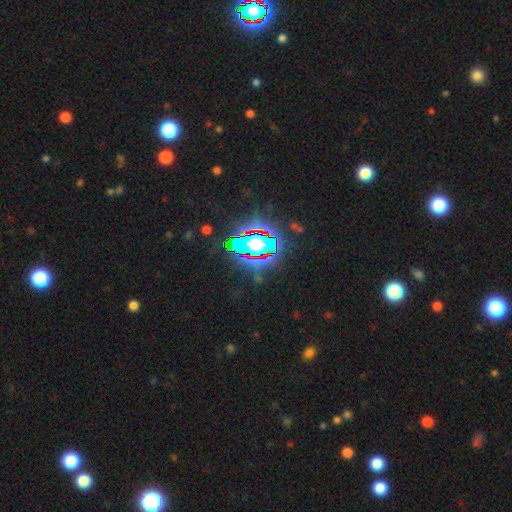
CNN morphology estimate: This appears to be a star or artifact, not a galaxy (85%).